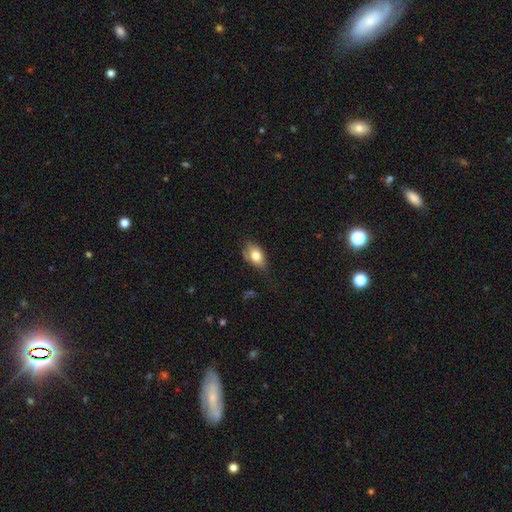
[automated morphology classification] Overall: smooth (75%). How rounded: in between (87%). Merging: none (54%; minor disturbance 33%).